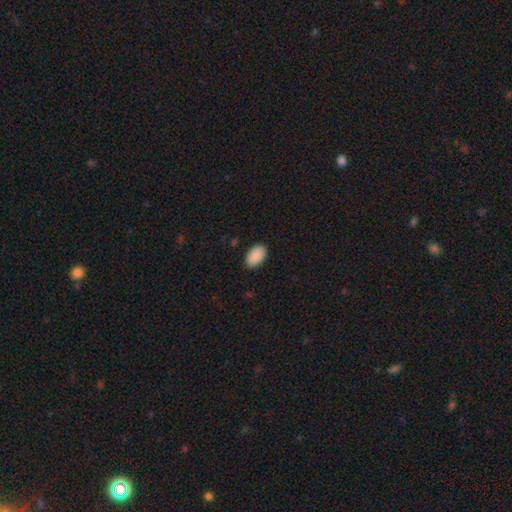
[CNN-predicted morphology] Q: Smooth or featured?
A: smooth (91%); runner-up: star or artifact (6%)
Q: How rounded?
A: in between (94%); runner-up: round (5%)
Q: Merging?
A: none (88%); runner-up: minor disturbance (9%)